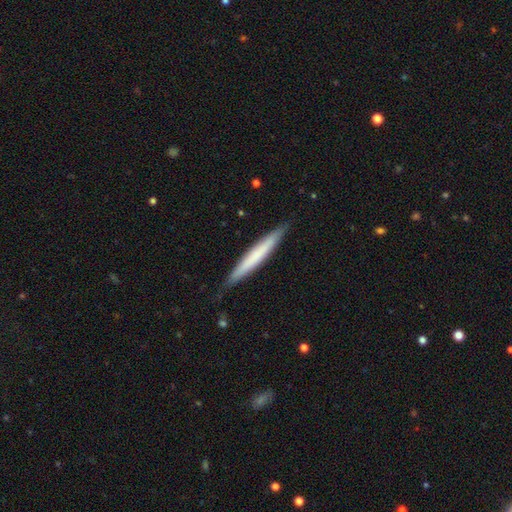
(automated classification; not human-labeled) Smooth or featured? Predicted: smooth (p=0.60). How rounded? Predicted: cigar-shaped (p=0.96). Merging? Predicted: none (p=0.86).